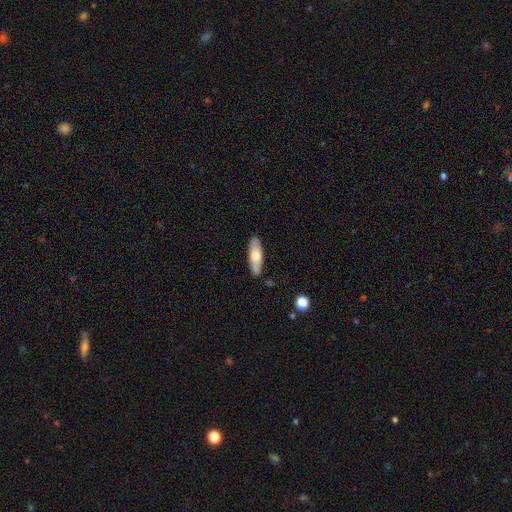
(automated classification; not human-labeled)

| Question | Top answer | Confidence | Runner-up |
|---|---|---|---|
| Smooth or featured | smooth | 65% | featured or disk (29%) |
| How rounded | in between | 57% | cigar-shaped (41%) |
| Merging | none | 87% | minor disturbance (10%) |